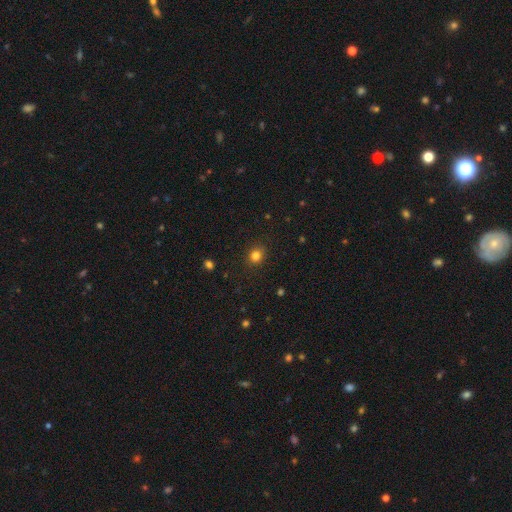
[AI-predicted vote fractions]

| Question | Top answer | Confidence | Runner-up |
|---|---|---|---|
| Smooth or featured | smooth | 82% | star or artifact (13%) |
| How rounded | round | 81% | in between (18%) |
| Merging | none | 89% | minor disturbance (8%) |